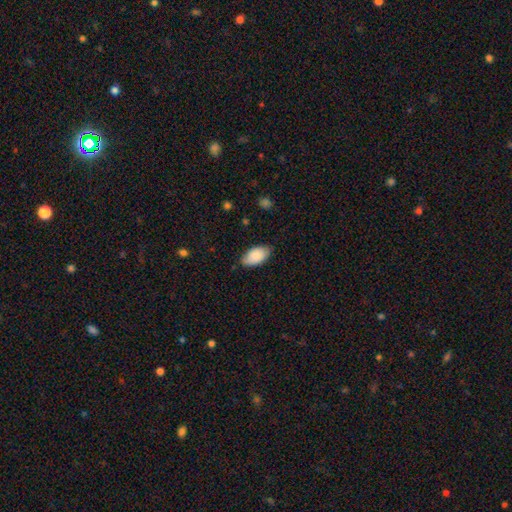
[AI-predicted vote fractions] The model was most divided on "merging": none: 78%, minor disturbance: 18%, major disturbance: 3%, merger: 1%. More confident: how rounded — in between (95%); smooth or featured — smooth (88%).